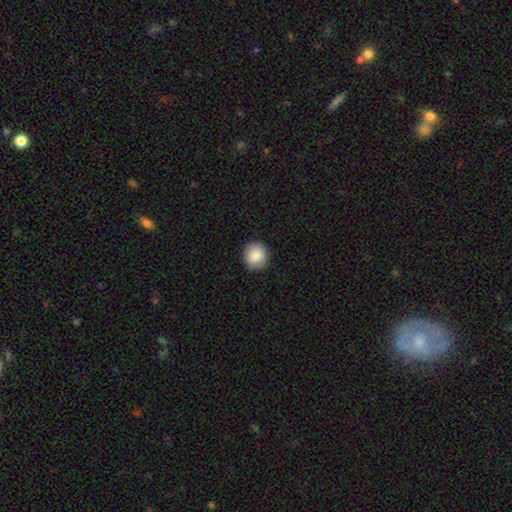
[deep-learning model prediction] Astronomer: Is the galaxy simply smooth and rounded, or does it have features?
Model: smooth — 84%.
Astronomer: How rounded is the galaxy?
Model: round — 85%.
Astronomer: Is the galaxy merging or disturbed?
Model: none — 89%.